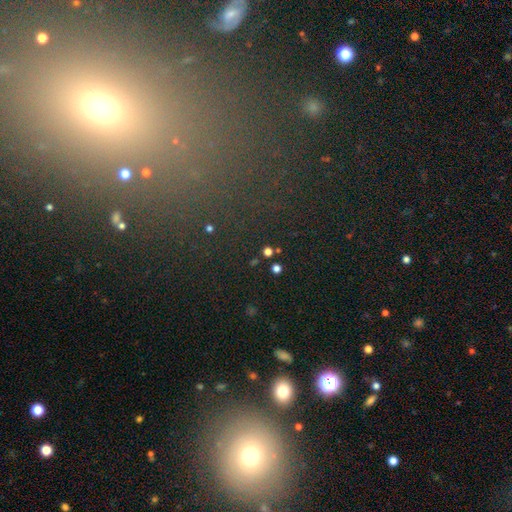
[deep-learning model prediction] Smooth or featured?
  - star or artifact: 49% *
  - smooth: 36%
  - featured or disk: 14%